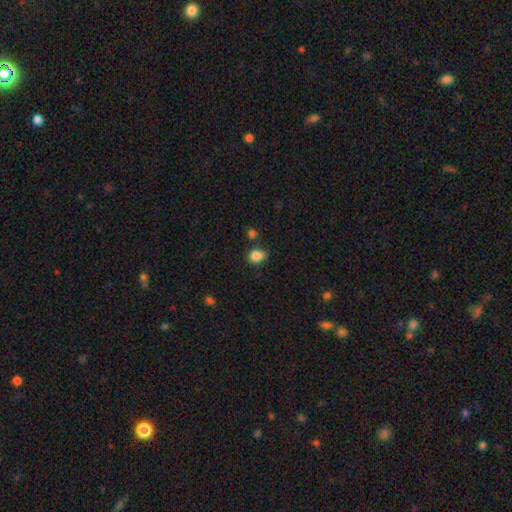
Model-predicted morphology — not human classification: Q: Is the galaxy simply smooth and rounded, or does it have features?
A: smooth — 85%.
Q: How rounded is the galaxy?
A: in between — 53%.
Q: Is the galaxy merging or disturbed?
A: none — 62%.